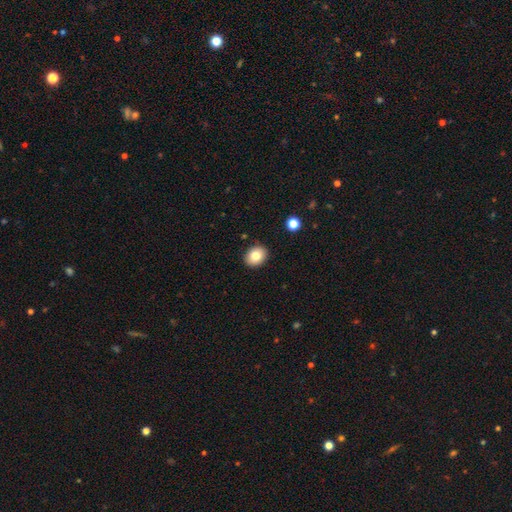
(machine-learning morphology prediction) smooth_or_featured: smooth (p=0.82) [alt: featured or disk p=0.09]
how_rounded: in between (p=0.51) [alt: round p=0.49]
merging: none (p=0.90) [alt: minor disturbance p=0.07]